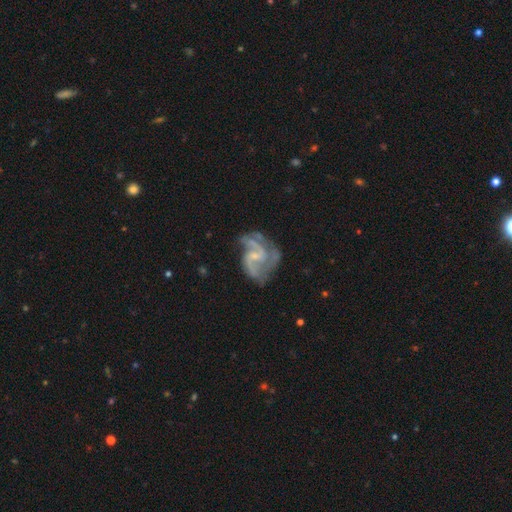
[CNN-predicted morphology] Overall: featured or disk (90%). Edge-on disk: no (98%). Bar: weak (48%; no 40%). Spiral arms: yes (97%). Spiral arm count: 2 (55%; 3 26%). Spiral winding: medium (58%; tight 21%). Bulge size: small (68%). Merging: none (55%; minor disturbance 24%).